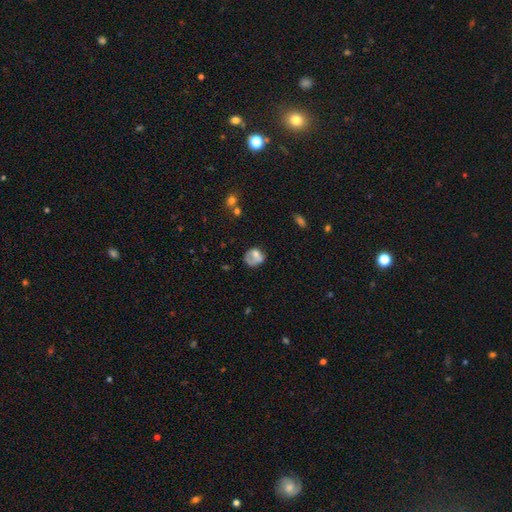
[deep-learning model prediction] Overall: smooth (60%; featured or disk 31%). How rounded: round (57%; in between 42%). Merging: none (38%; minor disturbance 28%).